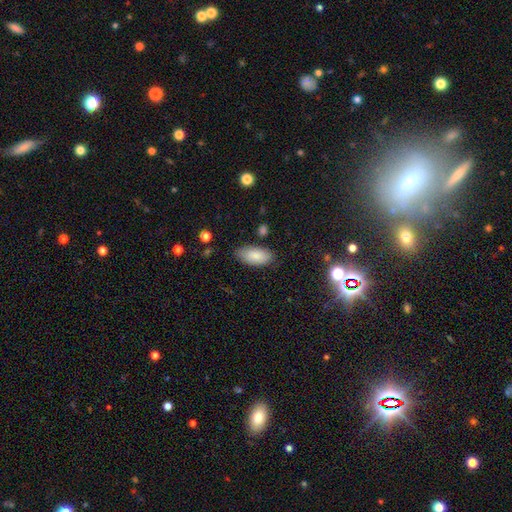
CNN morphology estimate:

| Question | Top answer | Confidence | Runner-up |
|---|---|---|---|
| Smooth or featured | smooth | 84% | featured or disk (9%) |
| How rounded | in between | 92% | cigar-shaped (6%) |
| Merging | none | 81% | minor disturbance (14%) |